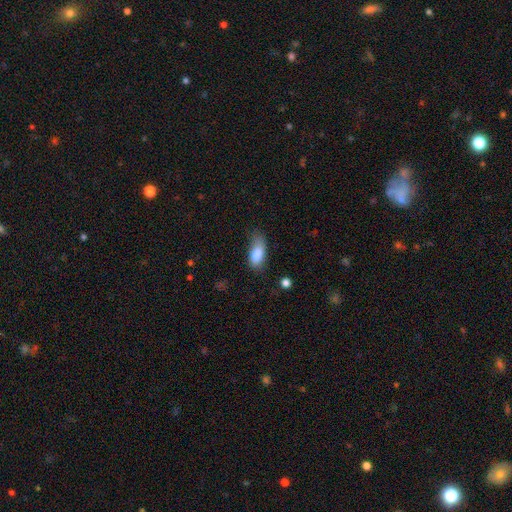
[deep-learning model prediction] Smooth or featured?
  - smooth: 82% *
  - featured or disk: 11%
  - star or artifact: 8%
How rounded?
  - in between: 85% *
  - cigar-shaped: 11%
  - round: 4%
Merging?
  - none: 40% *
  - minor disturbance: 39%
  - major disturbance: 18%
  - merger: 3%